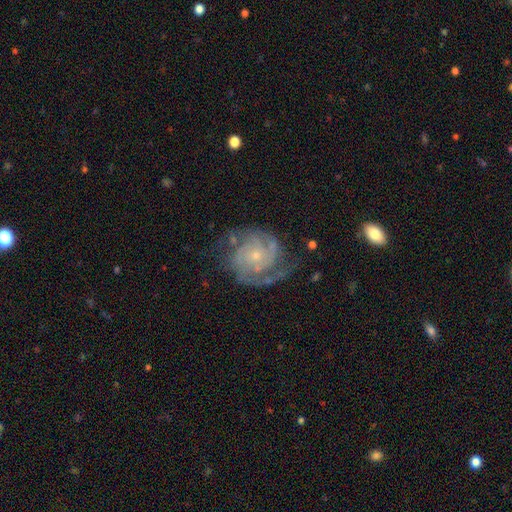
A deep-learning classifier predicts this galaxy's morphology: A featured or disk galaxy (89%) with no bar (74%), 2 (56%) tight (59%) spiral arms (97%) and a small central bulge (78%). Merging: none (65%).